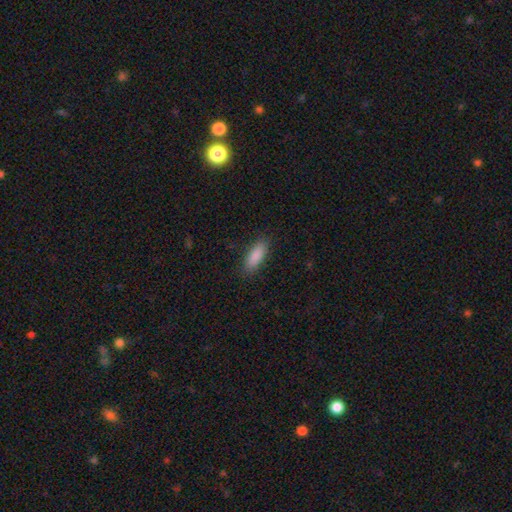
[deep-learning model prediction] Overall: smooth (89%). How rounded: in between (69%; cigar-shaped 30%). Merging: none (86%).